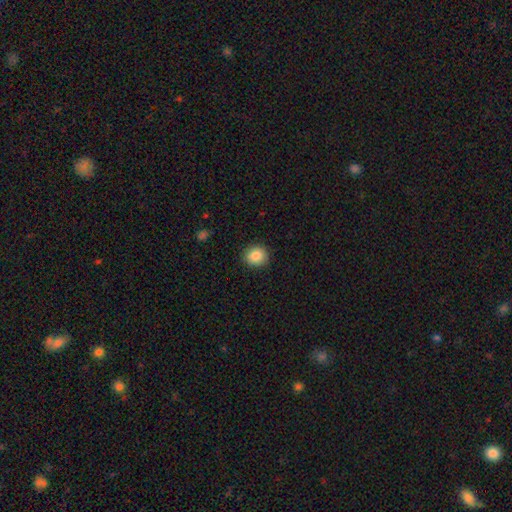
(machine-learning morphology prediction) type=smooth (86%); roundness=round (80%); merging=none (90%).